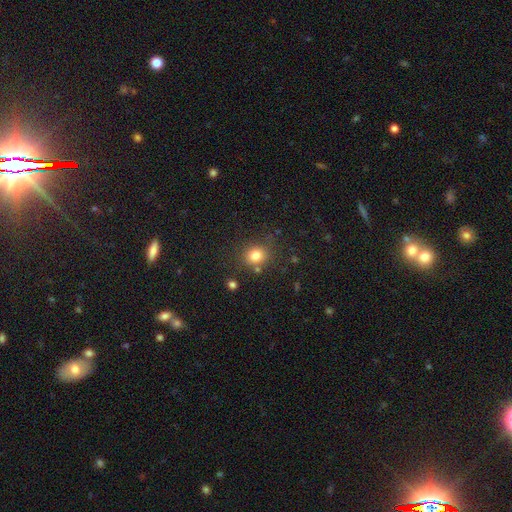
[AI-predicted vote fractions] Morphology: type=smooth (80%); roundness=round (78%); merging=none (79%).